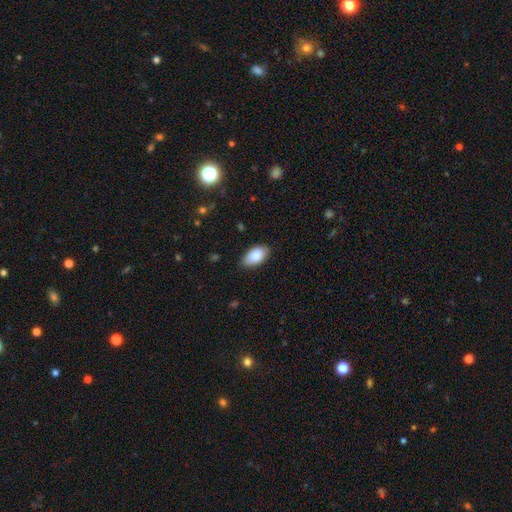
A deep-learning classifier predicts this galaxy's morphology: Q: Smooth or featured?
A: smooth (87%); runner-up: featured or disk (7%)
Q: How rounded?
A: in between (94%); runner-up: round (4%)
Q: Merging?
A: none (78%); runner-up: minor disturbance (18%)